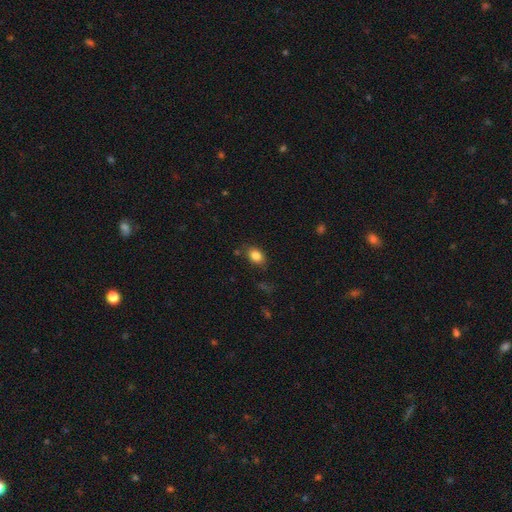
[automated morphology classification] smooth_or_featured: smooth (p=0.83) [alt: star or artifact p=0.09]
how_rounded: in between (p=0.77) [alt: round p=0.22]
merging: none (p=0.79) [alt: minor disturbance p=0.14]